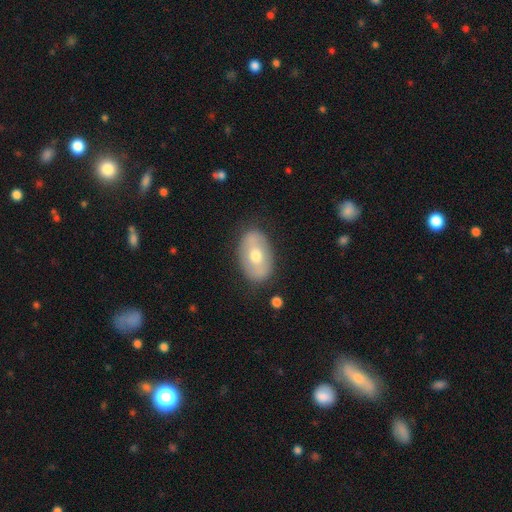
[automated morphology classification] A featured or disk galaxy (47%). Merging: none (84%).